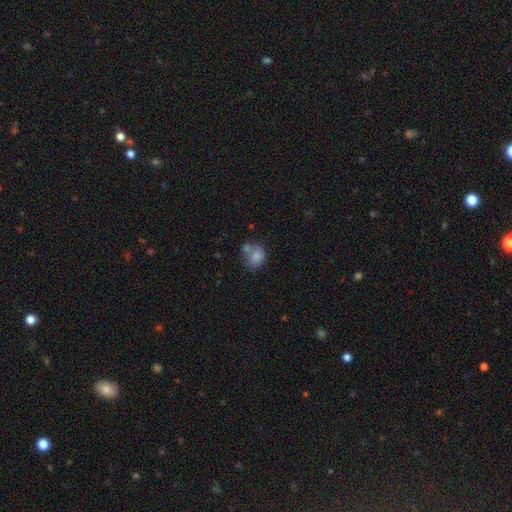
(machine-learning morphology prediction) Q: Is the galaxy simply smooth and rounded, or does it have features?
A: smooth — 75%.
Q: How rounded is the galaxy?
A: round — 60%.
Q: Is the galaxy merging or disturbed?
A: merger — 37%.